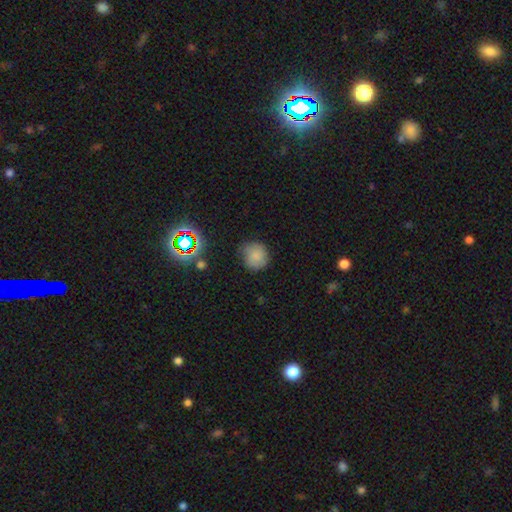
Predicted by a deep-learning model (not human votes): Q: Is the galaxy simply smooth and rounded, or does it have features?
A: smooth — 76%.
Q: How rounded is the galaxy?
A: round — 88%.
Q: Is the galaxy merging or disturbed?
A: none — 73%.